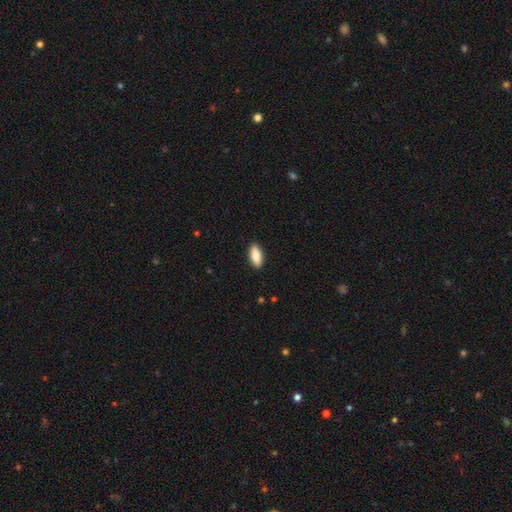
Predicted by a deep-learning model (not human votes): smooth-or-featured: smooth: 84% | featured or disk: 10% | star or artifact: 6%
  how-rounded: in between: 81% | cigar-shaped: 17% | round: 2%
  merging: none: 90% | minor disturbance: 7% | major disturbance: 2% | merger: 1%